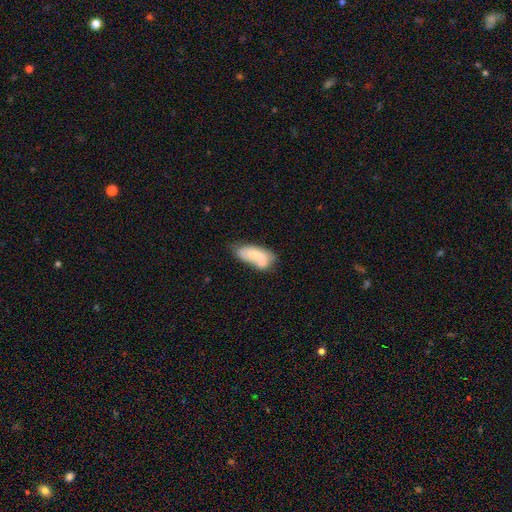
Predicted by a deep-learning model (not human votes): The model was most divided on "merging": none: 39%, minor disturbance: 27%, merger: 23%, major disturbance: 10%. More confident: how rounded — in between (86%); smooth or featured — smooth (62%).